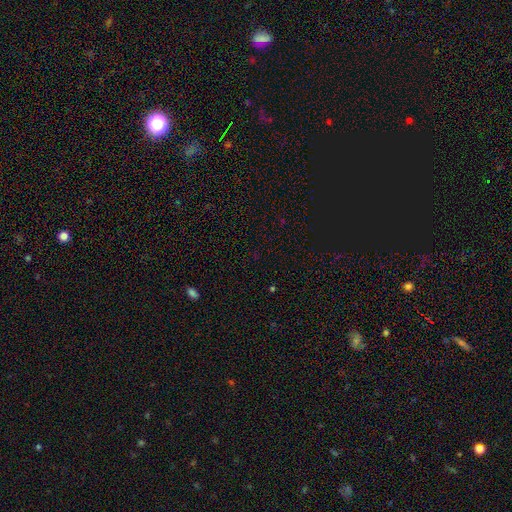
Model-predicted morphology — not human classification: Overall: star or artifact (66%; smooth 27%).